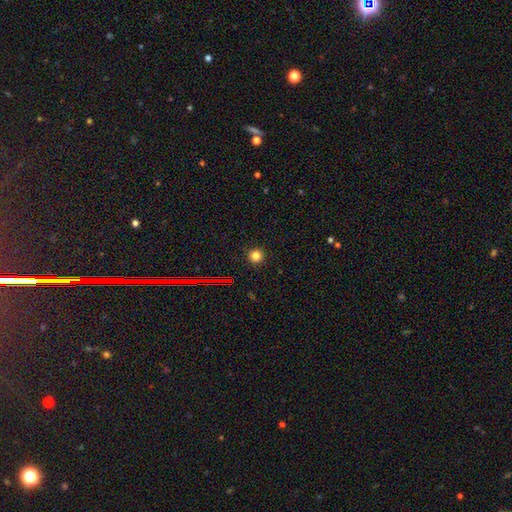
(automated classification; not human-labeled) smooth_or_featured: smooth (p=0.79) [alt: star or artifact p=0.15]
how_rounded: round (p=0.96) [alt: in between p=0.03]
merging: none (p=0.92) [alt: minor disturbance p=0.05]